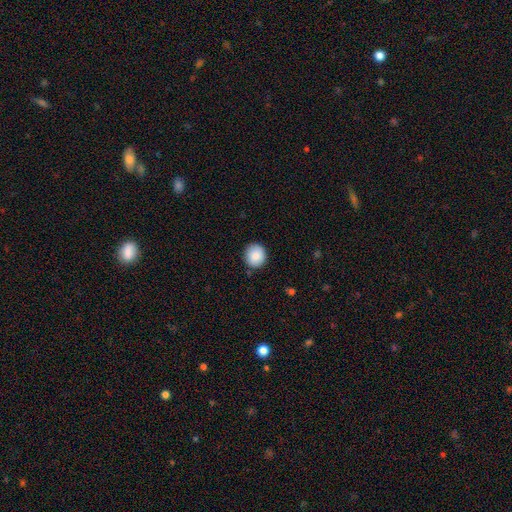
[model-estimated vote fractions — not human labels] smooth_or_featured: smooth (p=0.87) [alt: star or artifact p=0.07]
how_rounded: round (p=0.86) [alt: in between p=0.13]
merging: none (p=0.88) [alt: minor disturbance p=0.09]